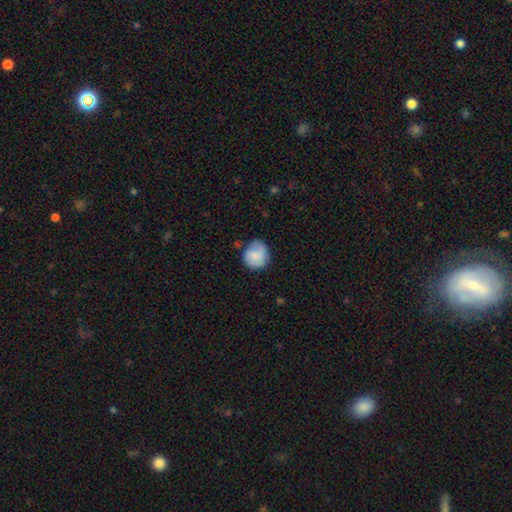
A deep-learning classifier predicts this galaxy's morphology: Smooth or featured? smooth (74%)
How rounded? round (81%)
Merging? none (59%)